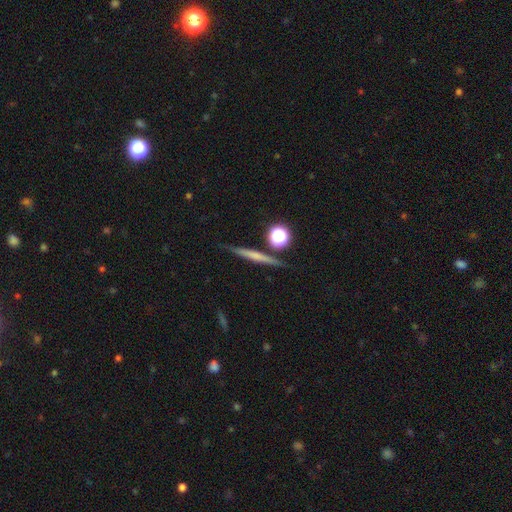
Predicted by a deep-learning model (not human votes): A featured or disk galaxy (46%). Merging: none (84%).